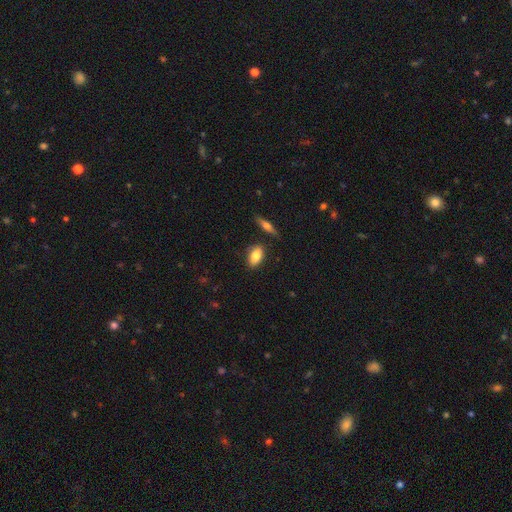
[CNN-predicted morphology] type=smooth (82%); roundness=in between (88%); merging=none (80%).